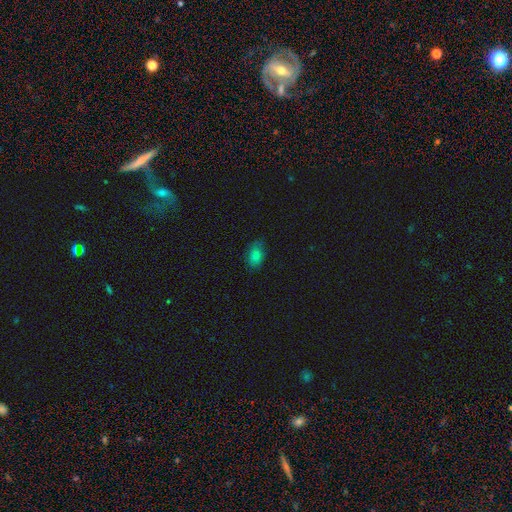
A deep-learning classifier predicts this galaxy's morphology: smooth_or_featured: smooth (p=0.81) [alt: star or artifact p=0.12]
how_rounded: in between (p=0.85) [alt: round p=0.14]
merging: none (p=0.78) [alt: minor disturbance p=0.18]